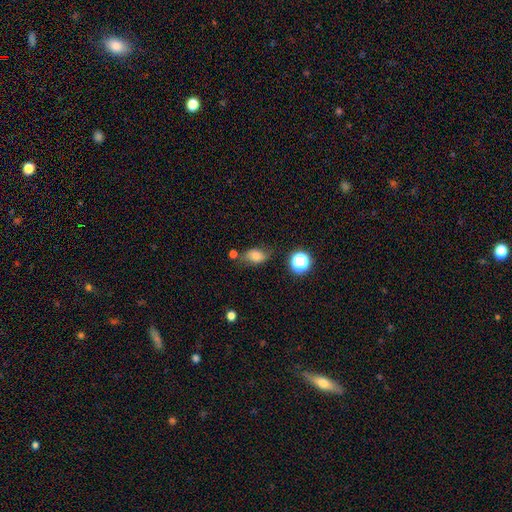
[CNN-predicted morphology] Overall: smooth (73%). How rounded: in between (78%). Merging: none (60%; minor disturbance 25%).